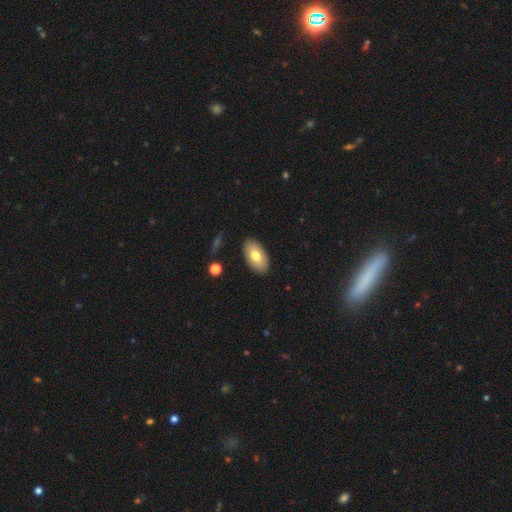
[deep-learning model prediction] This appears to be a smooth galaxy with no disk features (72%) that is in between round and cigar-shaped (95%). Merging: none (88%).